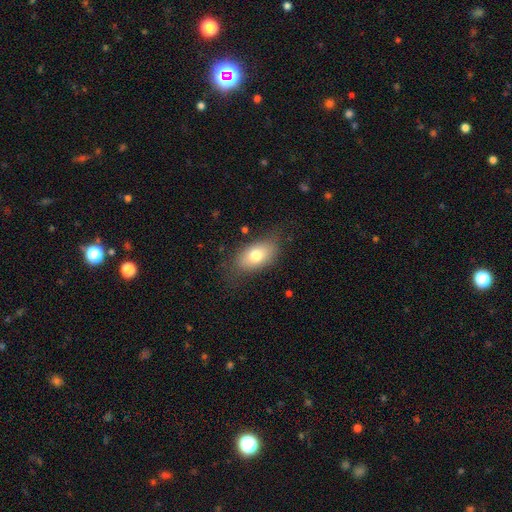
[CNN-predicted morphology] The model was most divided on "smooth or featured": smooth: 75%, featured or disk: 18%, star or artifact: 8%. More confident: how rounded — in between (90%); merging — none (75%).